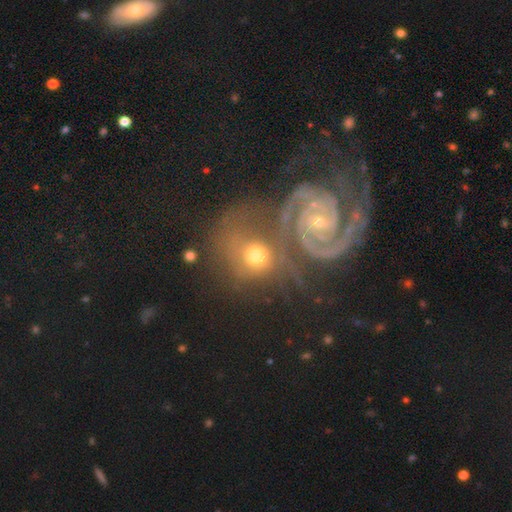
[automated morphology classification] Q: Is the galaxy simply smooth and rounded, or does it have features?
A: featured or disk — 63%.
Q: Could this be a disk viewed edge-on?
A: no — 97%.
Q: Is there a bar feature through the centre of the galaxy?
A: no — 67%.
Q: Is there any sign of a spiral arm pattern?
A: yes — 92%.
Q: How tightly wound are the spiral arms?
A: tight — 63%.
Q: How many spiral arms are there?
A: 2 — 45%.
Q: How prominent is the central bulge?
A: small — 60%.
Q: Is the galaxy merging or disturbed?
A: none — 40%.